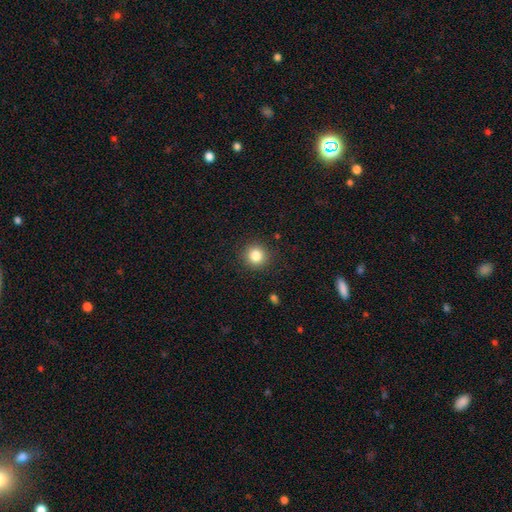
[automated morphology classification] smooth 84%, star or artifact 11%, featured or disk 6%. Down the decision tree: how rounded — round (92%); merging — none (91%).